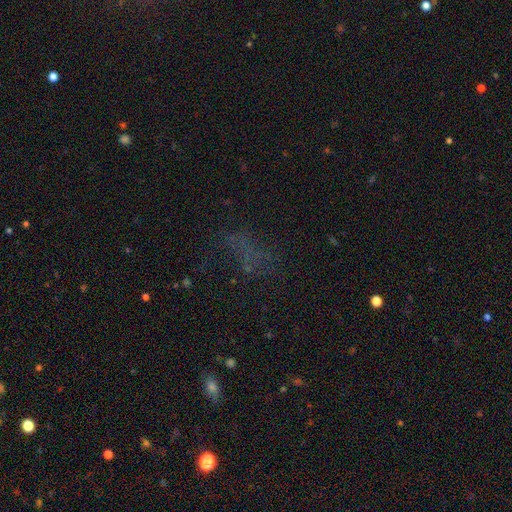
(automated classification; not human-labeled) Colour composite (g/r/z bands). It shows a star or artifact, not a galaxy (42%).